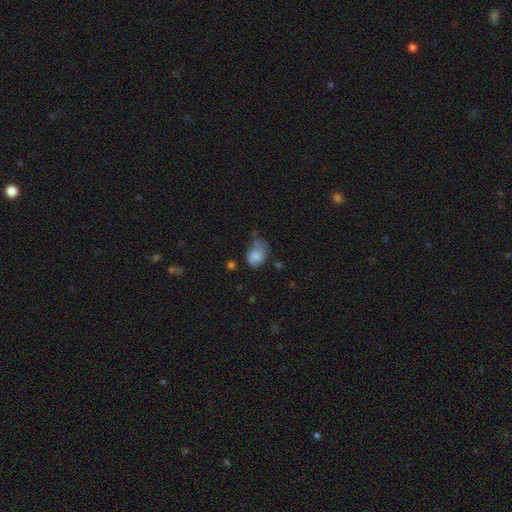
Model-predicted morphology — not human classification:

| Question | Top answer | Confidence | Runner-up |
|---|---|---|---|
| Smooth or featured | smooth | 80% | featured or disk (11%) |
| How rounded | in between | 71% | round (28%) |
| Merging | minor disturbance | 40% | none (32%) |